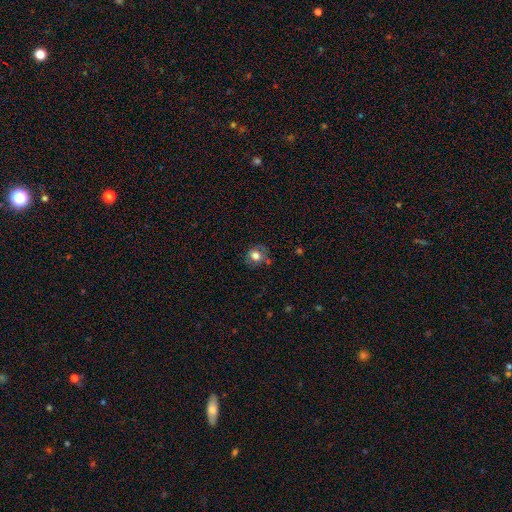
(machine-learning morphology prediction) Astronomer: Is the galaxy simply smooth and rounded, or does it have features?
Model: smooth — 69%.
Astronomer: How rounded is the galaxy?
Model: round — 63%.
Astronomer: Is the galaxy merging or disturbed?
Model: none — 62%.